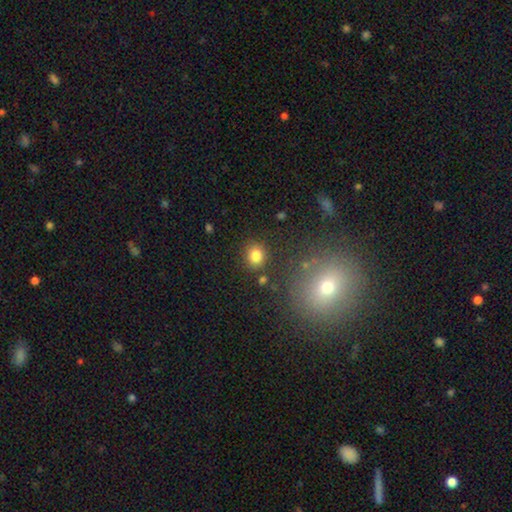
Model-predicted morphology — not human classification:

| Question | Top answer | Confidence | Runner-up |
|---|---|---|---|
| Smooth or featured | smooth | 81% | star or artifact (12%) |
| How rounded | round | 73% | in between (26%) |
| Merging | none | 84% | minor disturbance (9%) |